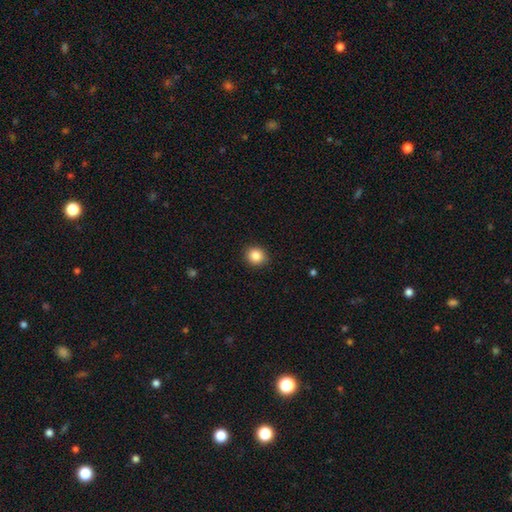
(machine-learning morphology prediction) smooth_or_featured: smooth (p=0.86) [alt: star or artifact p=0.10]
how_rounded: round (p=0.85) [alt: in between p=0.14]
merging: none (p=0.91) [alt: minor disturbance p=0.06]